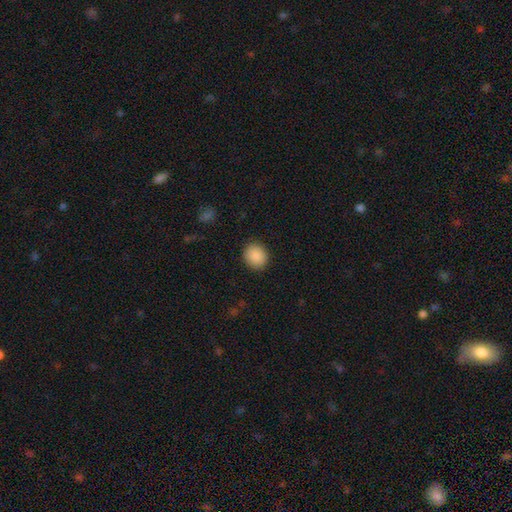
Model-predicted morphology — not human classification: smooth-or-featured: smooth: 89% | star or artifact: 8% | featured or disk: 3%
  how-rounded: round: 76% | in between: 23% | cigar-shaped: 1%
  merging: none: 90% | minor disturbance: 7% | major disturbance: 2% | merger: 1%